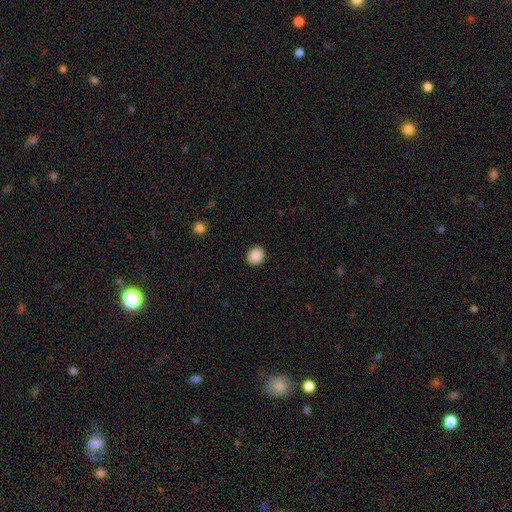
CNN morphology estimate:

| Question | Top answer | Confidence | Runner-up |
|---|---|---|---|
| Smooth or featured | smooth | 89% | star or artifact (8%) |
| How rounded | round | 73% | in between (26%) |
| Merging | none | 90% | minor disturbance (7%) |